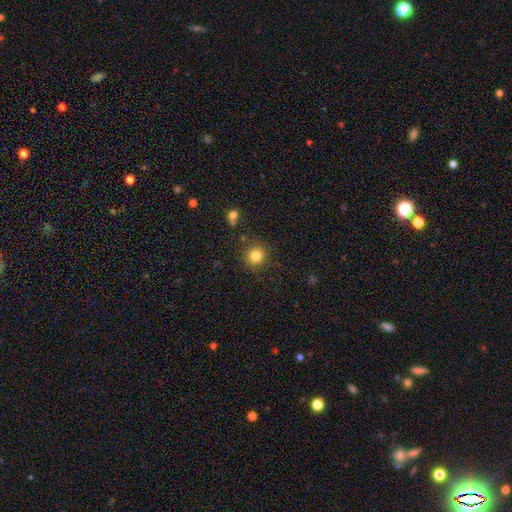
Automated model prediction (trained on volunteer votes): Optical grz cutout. It shows a smooth galaxy with no disk features (82%) that is round (92%). Merging: none (85%).